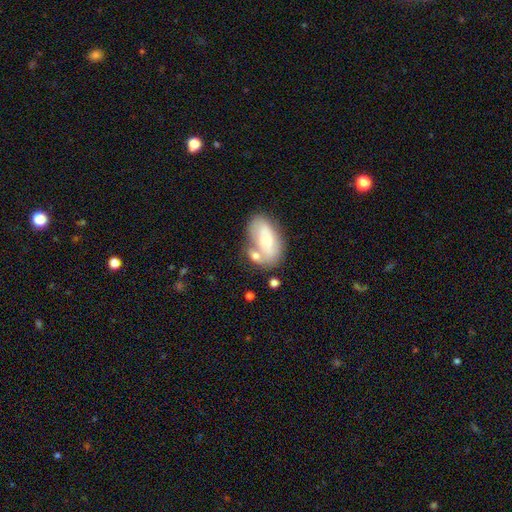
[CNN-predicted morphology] Q: Smooth or featured?
A: smooth (60%); runner-up: featured or disk (34%)
Q: How rounded?
A: in between (88%); runner-up: round (8%)
Q: Merging?
A: none (37%); runner-up: merger (36%)